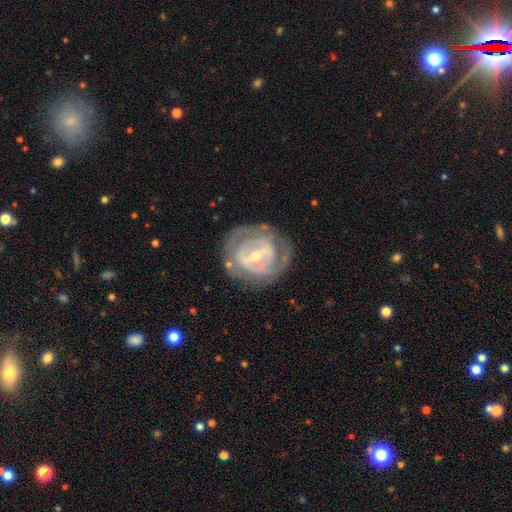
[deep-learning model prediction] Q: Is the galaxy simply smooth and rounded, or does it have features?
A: featured or disk — 80%.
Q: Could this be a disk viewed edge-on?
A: no — 96%.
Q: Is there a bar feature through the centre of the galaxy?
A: weak — 41%.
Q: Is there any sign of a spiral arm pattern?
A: yes — 68%.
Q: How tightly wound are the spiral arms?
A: tight — 62%.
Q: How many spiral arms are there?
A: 2 — 40%.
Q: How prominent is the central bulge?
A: small — 57%.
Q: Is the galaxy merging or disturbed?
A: none — 70%.